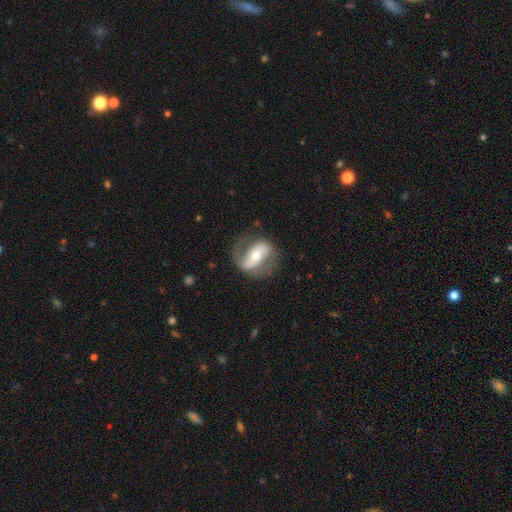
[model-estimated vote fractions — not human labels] Smooth or featured: featured or disk — 80% (smooth — 15%)
Edge-on disk: no — 95% (yes — 5%)
Bar: strong — 47% (weak — 28%)
Spiral arms: yes — 89% (no — 11%)
Spiral winding: loose — 47% (medium — 38%)
Spiral arm count: 2 — 81% (1 — 11%)
Bulge size: moderate — 53% (small — 41%)
Merging: none — 67% (minor disturbance — 18%)